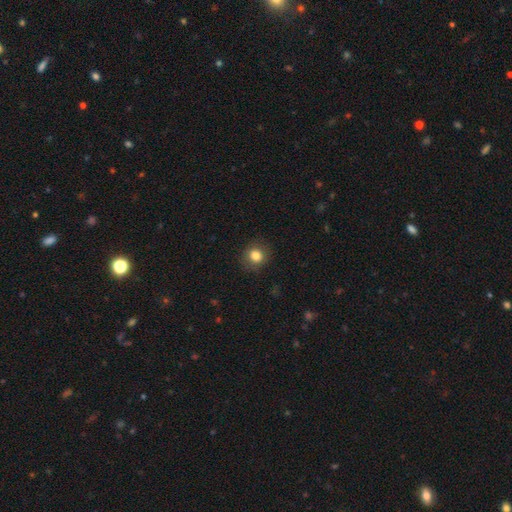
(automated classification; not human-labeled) Overall: smooth (83%). How rounded: round (82%). Merging: none (87%).